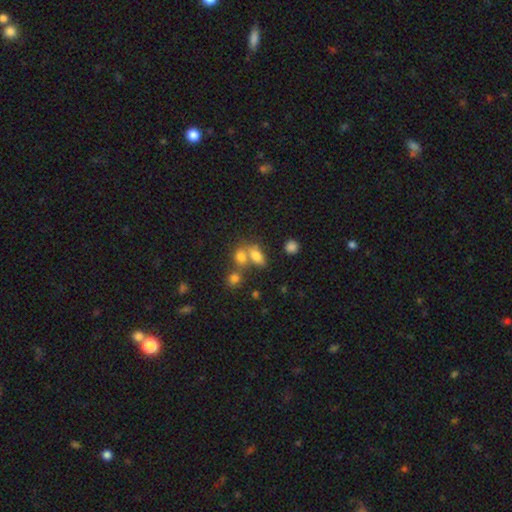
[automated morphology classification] type=smooth (74%); roundness=in between (78%); merging=merger (45%).